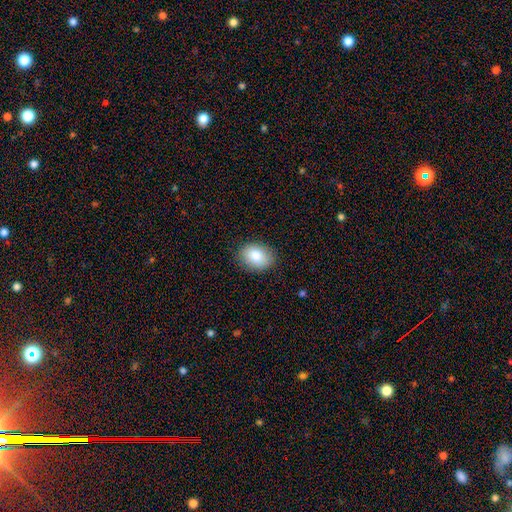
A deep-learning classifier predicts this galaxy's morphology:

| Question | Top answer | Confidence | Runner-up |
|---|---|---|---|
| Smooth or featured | smooth | 84% | featured or disk (8%) |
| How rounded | in between | 74% | round (25%) |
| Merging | none | 86% | minor disturbance (11%) |